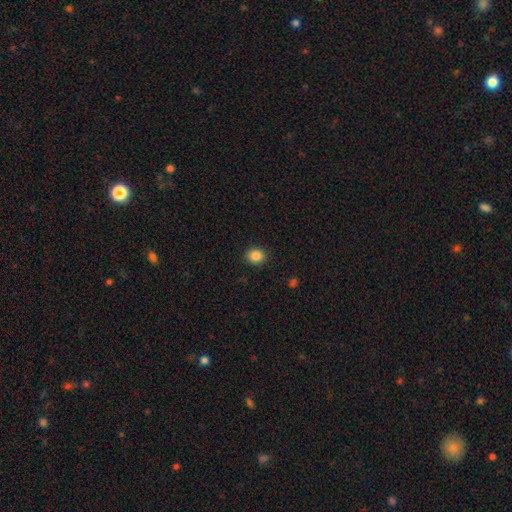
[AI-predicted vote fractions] Smooth or featured? smooth (86%)
How rounded? round (70%)
Merging? none (91%)